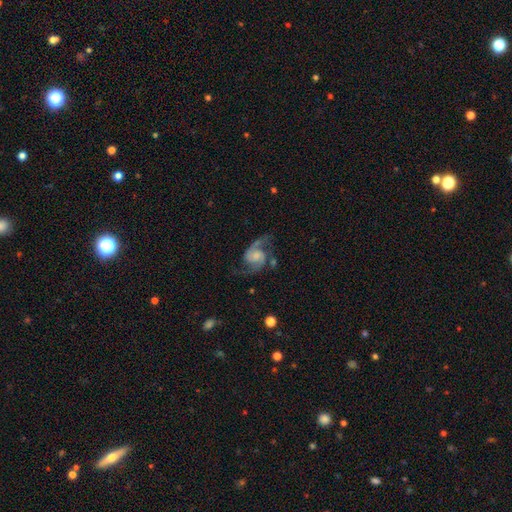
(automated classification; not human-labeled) A featured or disk galaxy (89%) with no bar (60%), 2 (93%) medium (50%) spiral arms (98%) and a small central bulge (34%). Merging: none (70%).